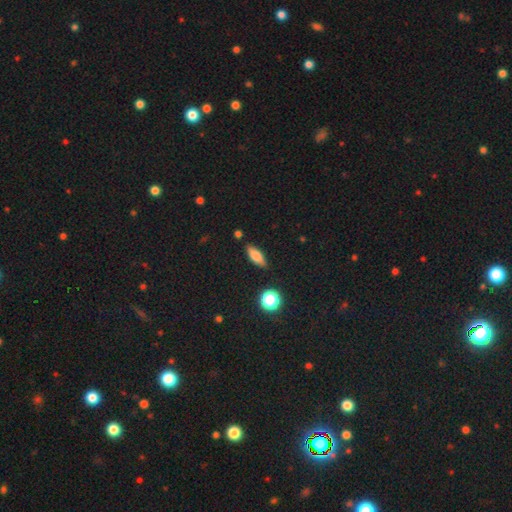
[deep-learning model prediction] smooth_or_featured: smooth (p=0.72) [alt: featured or disk p=0.19]
how_rounded: in between (p=0.62) [alt: cigar-shaped p=0.34]
merging: none (p=0.82) [alt: minor disturbance p=0.12]